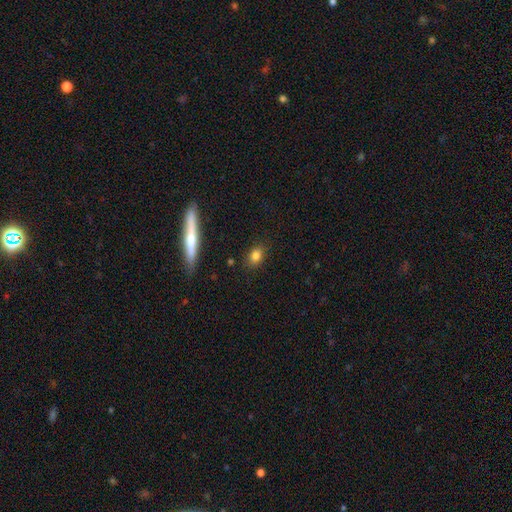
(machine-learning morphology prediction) Overall: smooth (80%). How rounded: in between (63%; round 32%). Merging: none (85%).